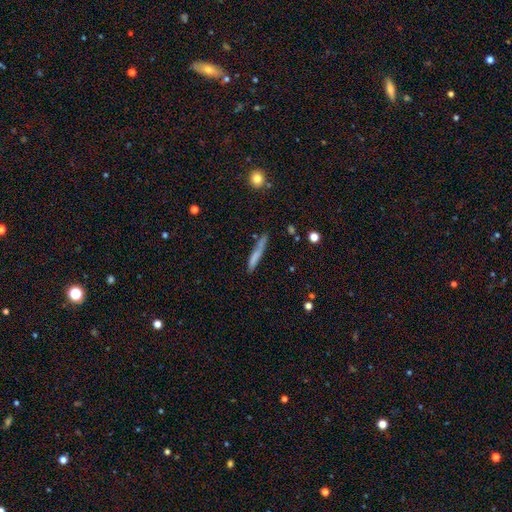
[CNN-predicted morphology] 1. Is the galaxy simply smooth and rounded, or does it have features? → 70% smooth, 23% featured or disk, 7% star or artifact.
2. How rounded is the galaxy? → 94% cigar-shaped, 4% in between, 1% round.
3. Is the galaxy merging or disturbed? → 74% none, 18% minor disturbance, 4% major disturbance, 4% merger.